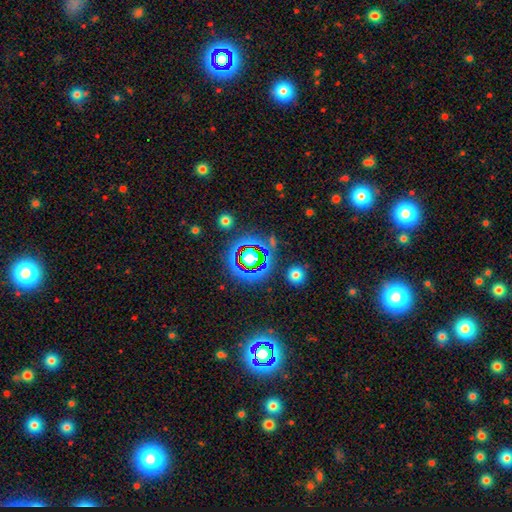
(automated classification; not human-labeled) A star or artifact, not a galaxy (77%).

Vote fractions:
- Smooth or featured? star or artifact: 77% / smooth: 14% / featured or disk: 10%